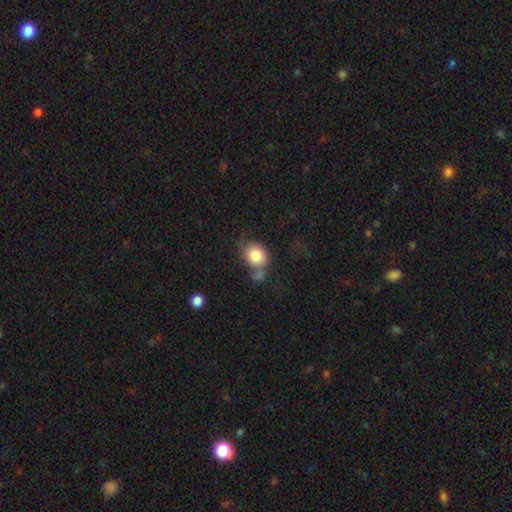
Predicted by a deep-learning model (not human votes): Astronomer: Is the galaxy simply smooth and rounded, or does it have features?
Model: smooth — 81%.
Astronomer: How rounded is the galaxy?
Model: round — 62% (runner-up: in between, 37%).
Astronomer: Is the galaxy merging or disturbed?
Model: none — 39% (runner-up: merger, 26%).